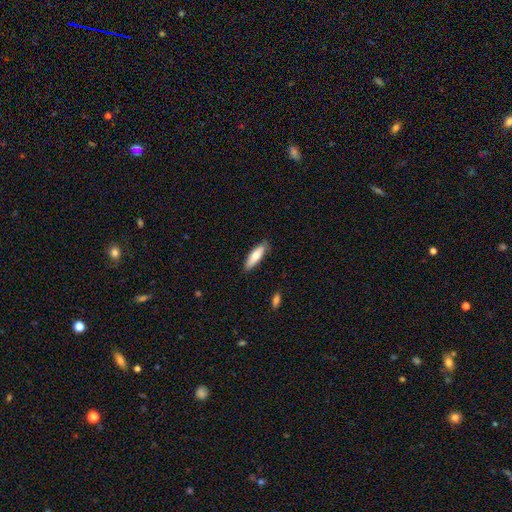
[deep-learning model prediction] smooth-or-featured: smooth: 77% | featured or disk: 18% | star or artifact: 6%
  how-rounded: cigar-shaped: 55% | in between: 43% | round: 2%
  merging: none: 83% | minor disturbance: 14% | major disturbance: 2% | merger: 1%